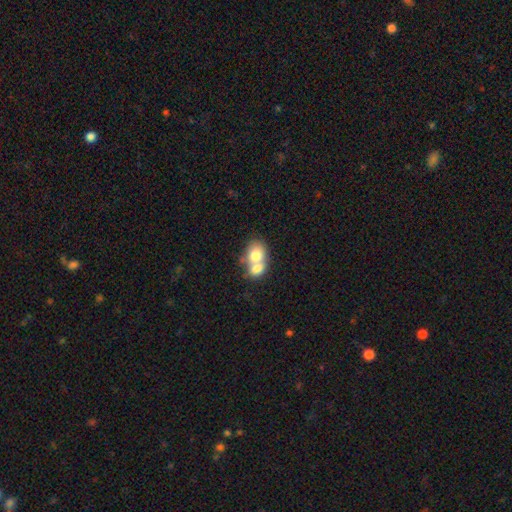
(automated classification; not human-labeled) A smooth galaxy with no disk features (72%) that is in between round and cigar-shaped (55%). Merging: merger (71%).